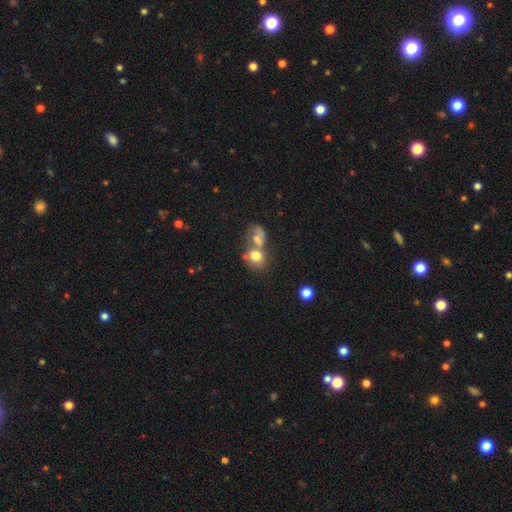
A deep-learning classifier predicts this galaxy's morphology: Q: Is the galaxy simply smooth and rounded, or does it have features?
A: smooth — 72%.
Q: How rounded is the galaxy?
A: round — 57%.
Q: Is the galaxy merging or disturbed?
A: merger — 59%.